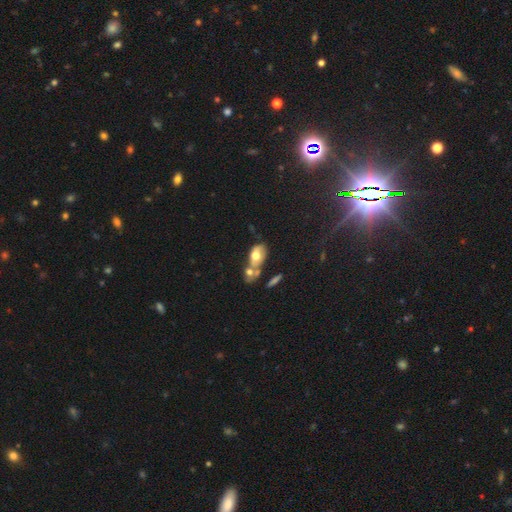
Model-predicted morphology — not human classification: This appears to be a smooth galaxy with no disk features (55%) that is in between round and cigar-shaped (85%). Merging: merger (53%).